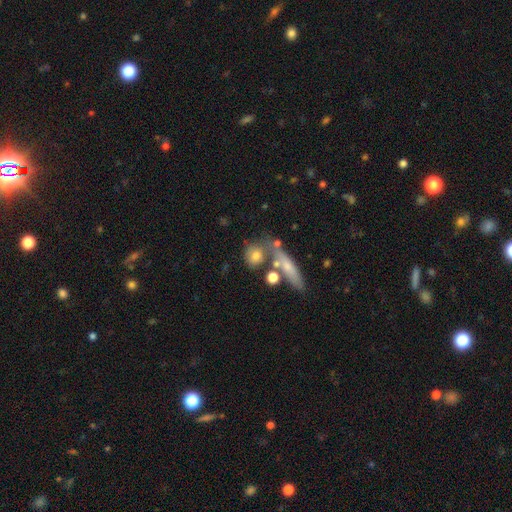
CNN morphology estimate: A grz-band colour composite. It shows a smooth galaxy with no disk features (72%) that is round (56%). Merging: none (50%).